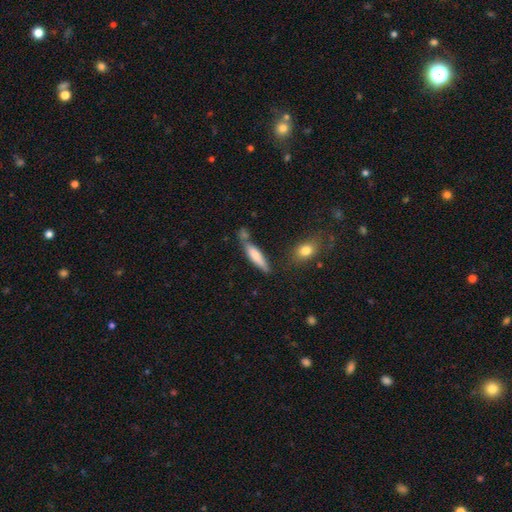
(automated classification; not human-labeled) Smooth or featured: smooth — 67% (featured or disk — 26%)
How rounded: cigar-shaped — 78% (in between — 20%)
Merging: none — 56% (minor disturbance — 19%)